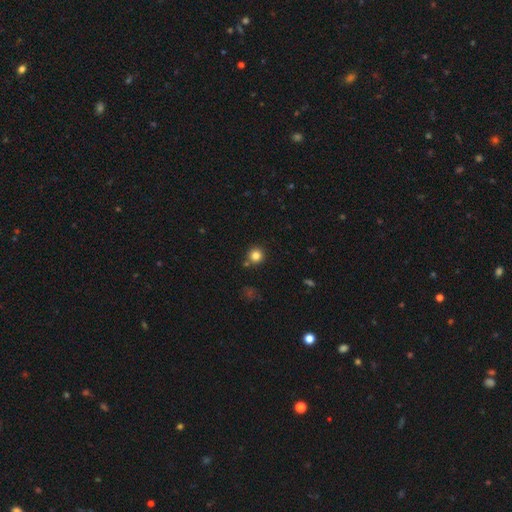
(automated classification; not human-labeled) Smooth or featured: smooth — 82% (star or artifact — 13%)
How rounded: round — 94% (in between — 5%)
Merging: none — 84% (minor disturbance — 7%)